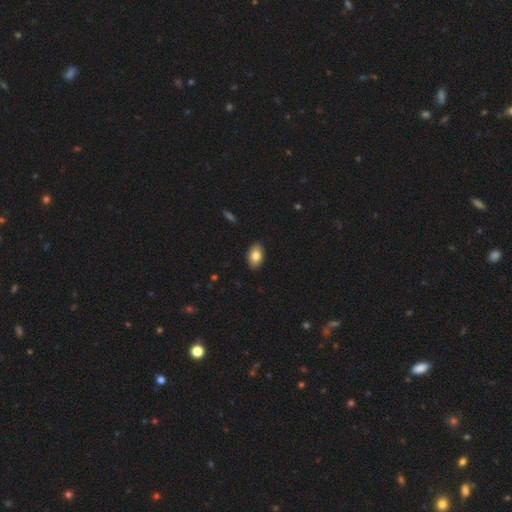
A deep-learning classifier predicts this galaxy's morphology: type=smooth (82%); roundness=in between (91%); merging=none (89%).